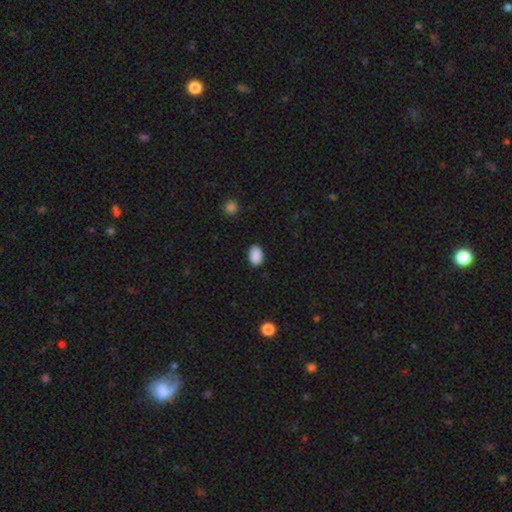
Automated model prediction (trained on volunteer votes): Overall: smooth (89%). How rounded: in between (87%). Merging: none (85%).